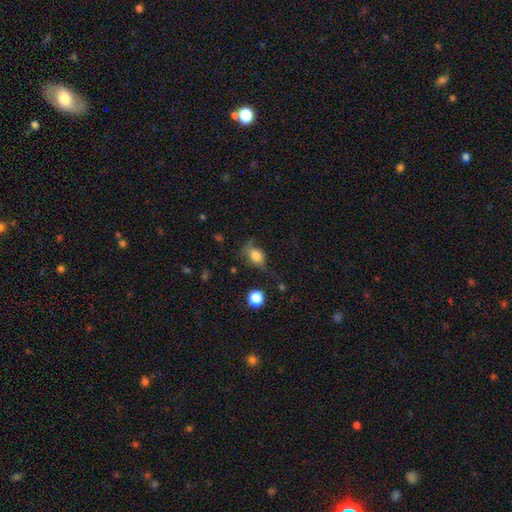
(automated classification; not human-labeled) Smooth or featured: smooth — 75% (featured or disk — 14%)
How rounded: in between — 66% (round — 32%)
Merging: none — 44% (minor disturbance — 32%)